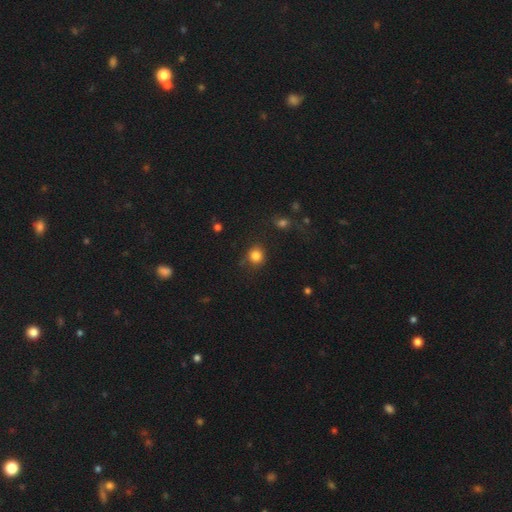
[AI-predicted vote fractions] Overall: smooth (83%). How rounded: round (87%). Merging: none (81%).